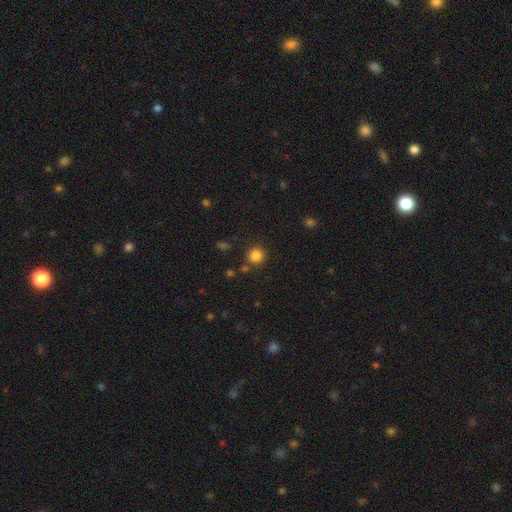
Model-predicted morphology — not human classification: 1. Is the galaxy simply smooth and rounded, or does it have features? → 83% smooth, 12% star or artifact, 4% featured or disk.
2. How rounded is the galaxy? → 88% round, 11% in between, 1% cigar-shaped.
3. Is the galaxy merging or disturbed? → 82% none, 9% minor disturbance, 6% merger, 3% major disturbance.